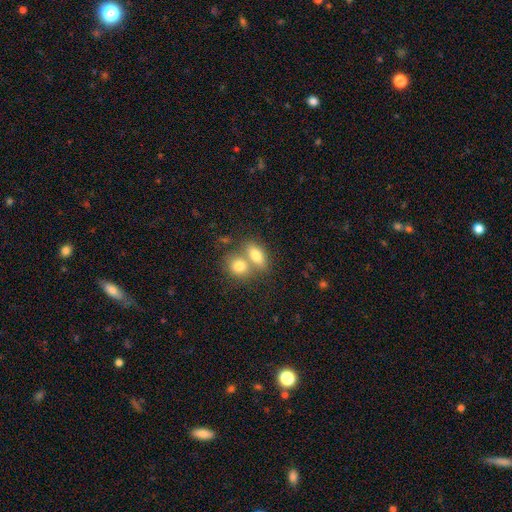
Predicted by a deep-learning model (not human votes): Smooth or featured: smooth — 76% (featured or disk — 16%)
How rounded: in between — 76% (round — 15%)
Merging: merger — 53% (none — 35%)